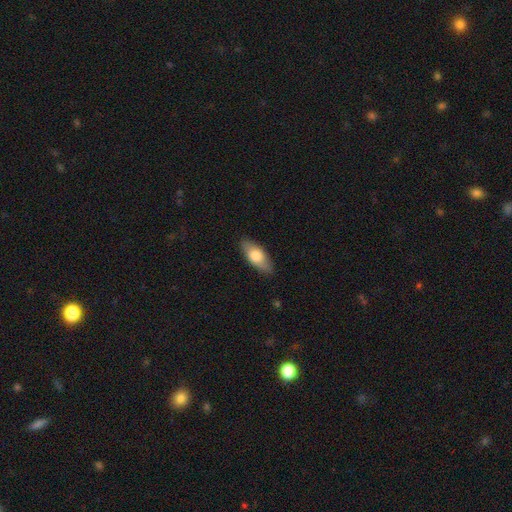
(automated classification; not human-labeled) smooth-or-featured: smooth: 70% | featured or disk: 24% | star or artifact: 6%
  how-rounded: in between: 81% | cigar-shaped: 17% | round: 3%
  merging: none: 85% | minor disturbance: 12% | major disturbance: 2% | merger: 1%